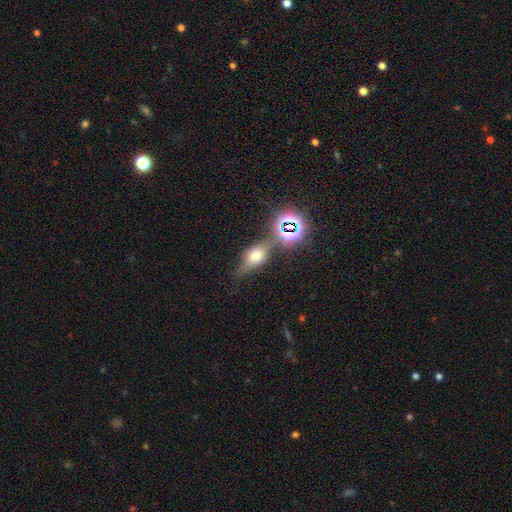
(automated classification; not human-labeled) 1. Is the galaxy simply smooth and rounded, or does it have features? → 40% smooth, 37% featured or disk, 23% star or artifact.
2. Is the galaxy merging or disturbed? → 62% none, 18% minor disturbance, 11% merger, 8% major disturbance.